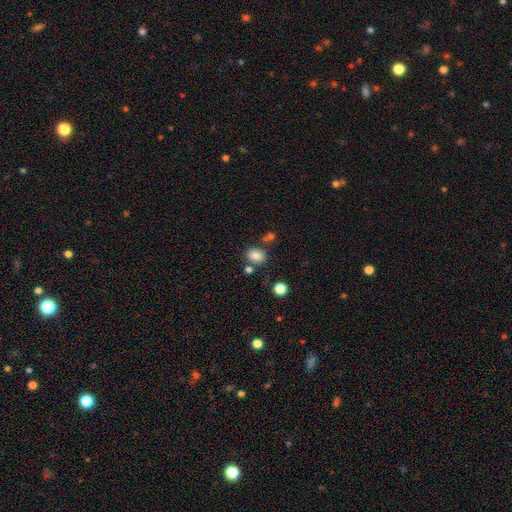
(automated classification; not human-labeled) Smooth or featured? smooth (81%)
How rounded? in between (57%)
Merging? none (70%)